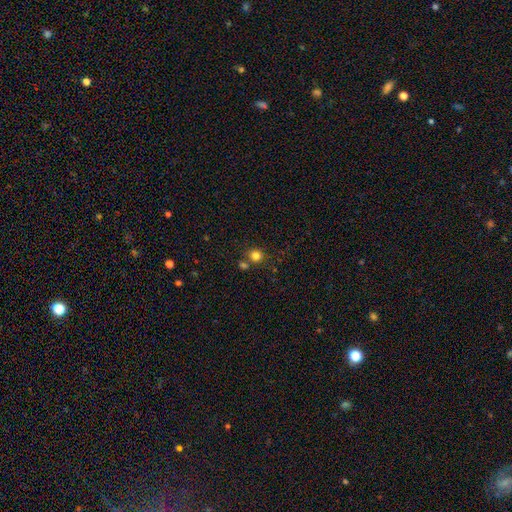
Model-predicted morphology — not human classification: This appears to be a smooth galaxy with no disk features (80%) that is round (90%). Merging: none (72%).